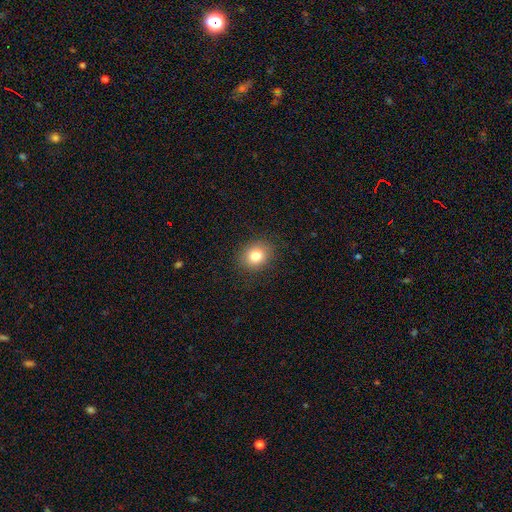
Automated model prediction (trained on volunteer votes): Q: Smooth or featured?
A: smooth (81%); runner-up: star or artifact (11%)
Q: How rounded?
A: round (63%); runner-up: in between (36%)
Q: Merging?
A: none (88%); runner-up: minor disturbance (8%)